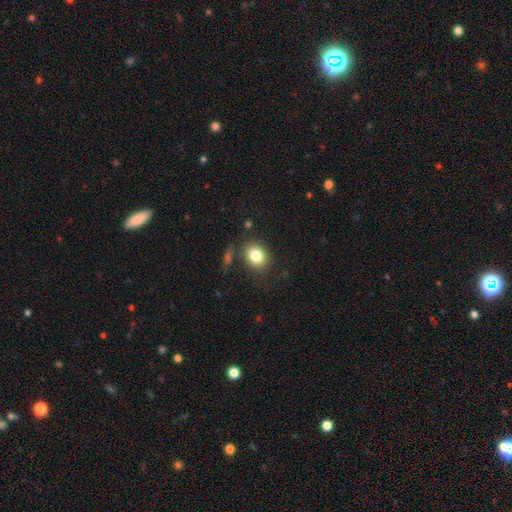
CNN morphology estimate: type=smooth (82%); roundness=in between (53%); merging=none (78%).